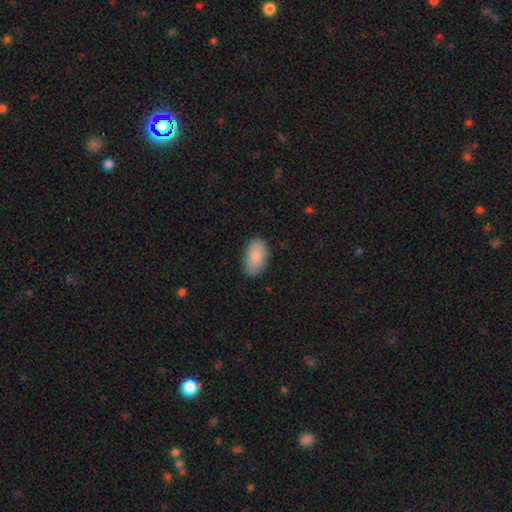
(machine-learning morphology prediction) This appears to be a smooth galaxy with no disk features (84%) that is in between round and cigar-shaped (94%). Merging: none (83%).